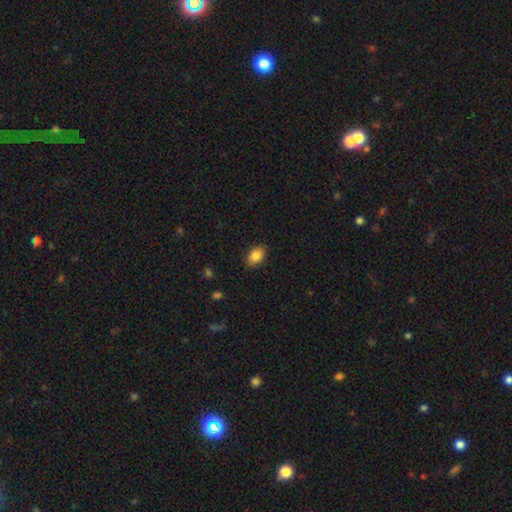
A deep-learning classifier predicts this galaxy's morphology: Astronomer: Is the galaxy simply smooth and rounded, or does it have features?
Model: smooth — 85%.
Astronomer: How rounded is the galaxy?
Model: in between — 83%.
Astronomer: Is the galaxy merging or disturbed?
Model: none — 86%.